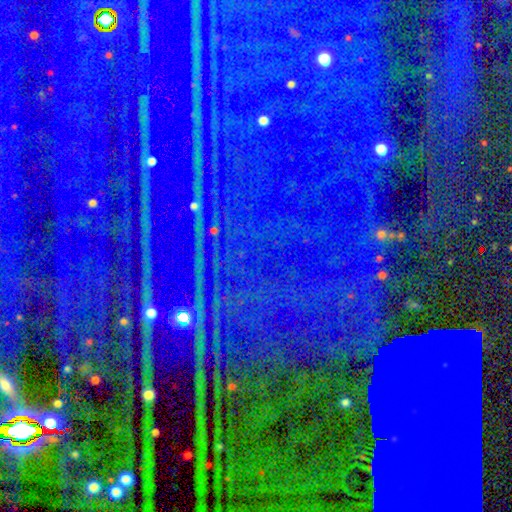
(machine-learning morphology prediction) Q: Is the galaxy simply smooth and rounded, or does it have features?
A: star or artifact — 86%.